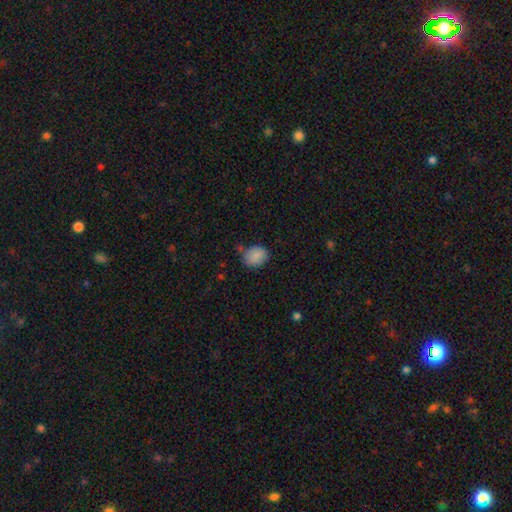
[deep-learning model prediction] A smooth galaxy with no disk features (86%) that is round (50%).

Vote fractions:
- Smooth or featured? smooth: 86% / star or artifact: 8% / featured or disk: 6%
- How rounded? round: 50% / in between: 49% / cigar-shaped: 1%
- Merging? none: 68% / minor disturbance: 23% / major disturbance: 5% / merger: 4%